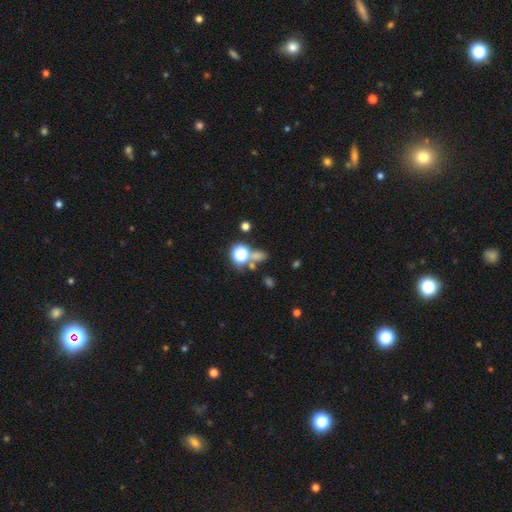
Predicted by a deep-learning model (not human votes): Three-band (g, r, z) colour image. It shows a smooth galaxy with no disk features (55%) that is round (59%). Merging: none (56%).